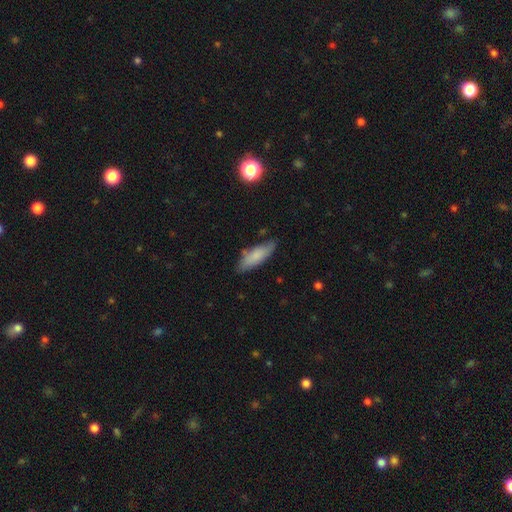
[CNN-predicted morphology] A smooth galaxy with no disk features (79%) that is in between round and cigar-shaped (62%).

Vote fractions:
- Smooth or featured? smooth: 79% / featured or disk: 15% / star or artifact: 7%
- How rounded? in between: 62% / cigar-shaped: 36% / round: 2%
- Merging? none: 71% / minor disturbance: 22% / major disturbance: 4% / merger: 3%